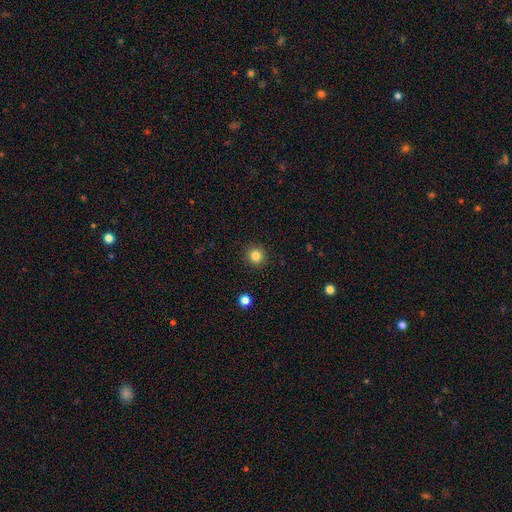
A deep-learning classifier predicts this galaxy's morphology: A smooth galaxy with no disk features (84%) that is round (94%).

Vote fractions:
- Smooth or featured? smooth: 84% / star or artifact: 12% / featured or disk: 5%
- How rounded? round: 94% / in between: 5% / cigar-shaped: 1%
- Merging? none: 92% / minor disturbance: 5% / major disturbance: 2% / merger: 1%